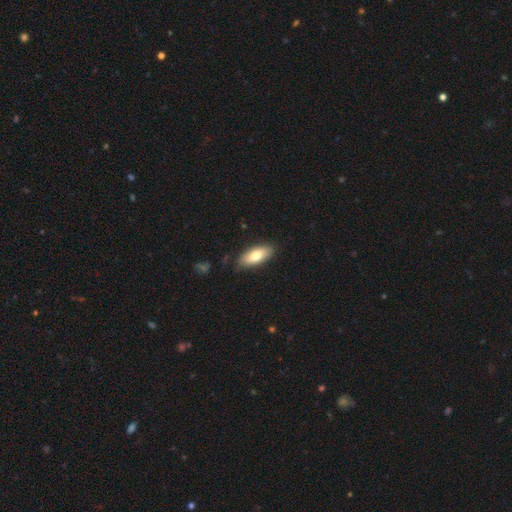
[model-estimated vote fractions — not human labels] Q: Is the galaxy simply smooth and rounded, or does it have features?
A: smooth — 75%.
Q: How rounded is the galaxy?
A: in between — 82%.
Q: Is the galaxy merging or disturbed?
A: none — 82%.